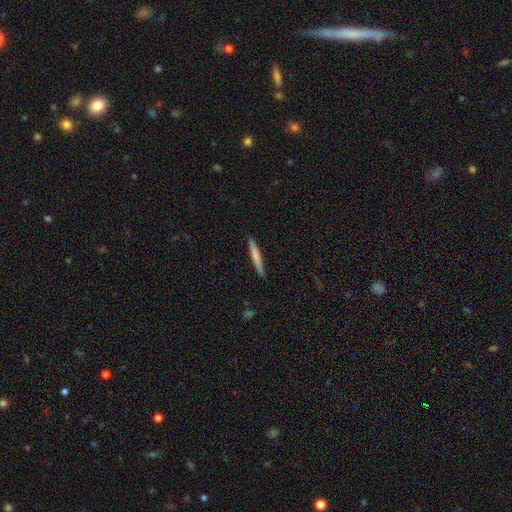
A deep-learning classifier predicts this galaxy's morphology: smooth-or-featured: smooth: 68% | featured or disk: 27% | star or artifact: 5%
  how-rounded: cigar-shaped: 96% | in between: 3% | round: 1%
  merging: none: 90% | minor disturbance: 8% | major disturbance: 1% | merger: 1%